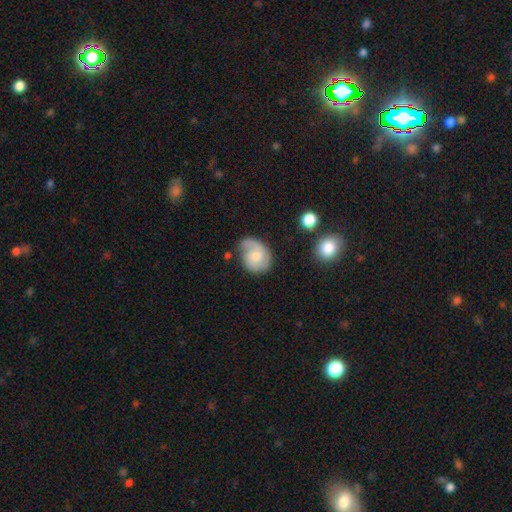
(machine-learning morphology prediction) smooth_or_featured: featured or disk (p=0.59) [alt: smooth p=0.34]
disk_edge_on: no (p=0.97) [alt: yes p=0.03]
bar: no (p=0.64) [alt: weak p=0.32]
has_spiral_arms: yes (p=0.90) [alt: no p=0.10]
spiral_winding: medium (p=0.43) [alt: tight p=0.32]
spiral_arm_count: 2 (p=0.52) [alt: 1 p=0.34]
bulge_size: small (p=0.42) [alt: moderate p=0.39]
merging: none (p=0.52) [alt: minor disturbance p=0.28]